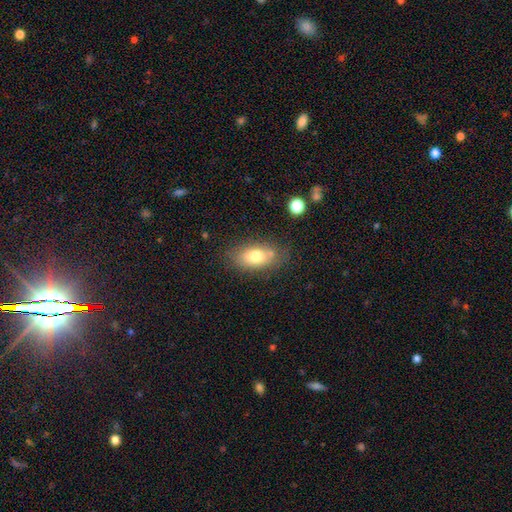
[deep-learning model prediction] Smooth or featured? smooth (74%)
How rounded? in between (88%)
Merging? none (71%)